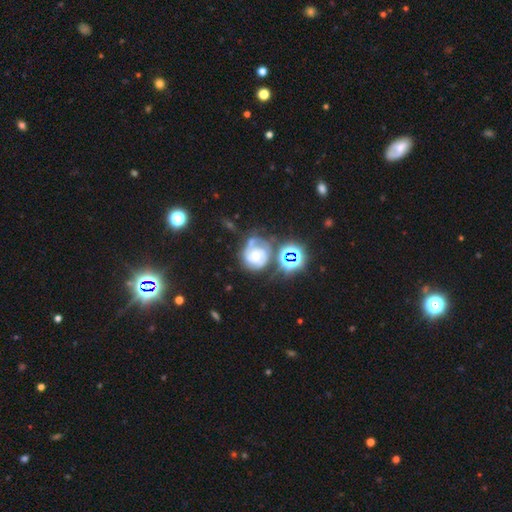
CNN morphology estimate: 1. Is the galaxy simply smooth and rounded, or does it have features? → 74% featured or disk, 14% smooth, 12% star or artifact.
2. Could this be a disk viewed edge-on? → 98% no, 2% yes.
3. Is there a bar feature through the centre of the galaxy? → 72% no, 21% weak, 7% strong.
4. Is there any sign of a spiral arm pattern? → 90% yes, 10% no.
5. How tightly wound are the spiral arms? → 61% tight, 31% medium, 8% loose.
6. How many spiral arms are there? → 44% 2, 23% can't tell, 20% 3, 7% 1, 3% 4, 3% more than 4.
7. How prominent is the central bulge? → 65% moderate, 27% small, 5% large, 2% none, 1% dominant.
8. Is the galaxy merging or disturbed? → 48% none, 23% minor disturbance, 16% major disturbance, 13% merger.